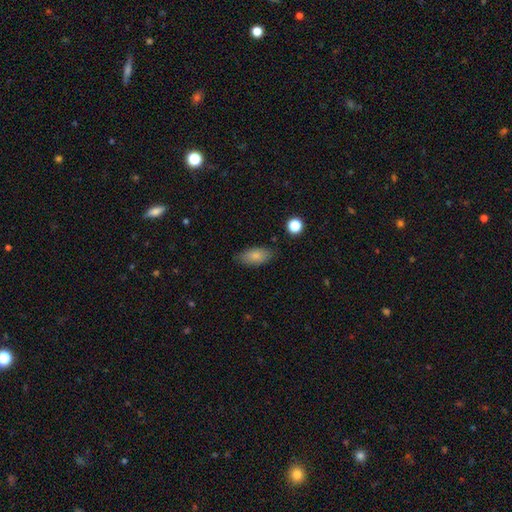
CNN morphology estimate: Smooth or featured? Predicted: smooth (p=0.82). How rounded? Predicted: in between (p=0.89). Merging? Predicted: none (p=0.81).